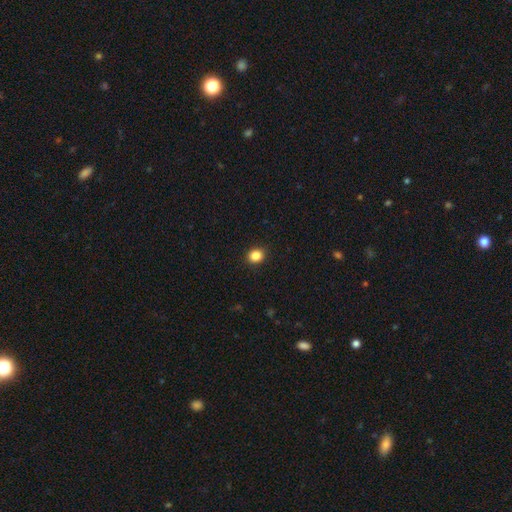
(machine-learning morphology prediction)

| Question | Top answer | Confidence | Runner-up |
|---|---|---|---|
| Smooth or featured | smooth | 86% | star or artifact (11%) |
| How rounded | round | 71% | in between (28%) |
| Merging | none | 91% | minor disturbance (6%) |